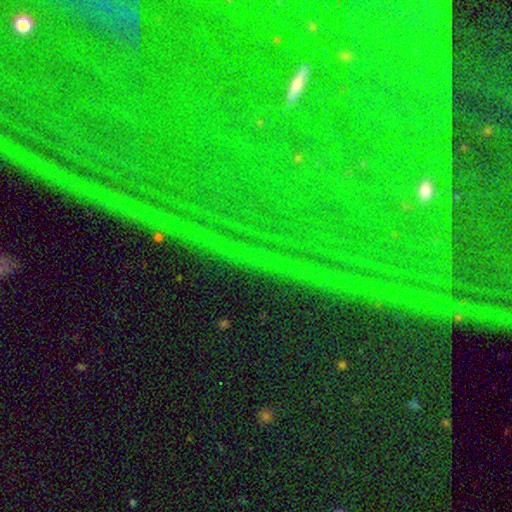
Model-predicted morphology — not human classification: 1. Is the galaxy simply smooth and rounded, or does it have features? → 86% star or artifact, 8% featured or disk, 6% smooth.